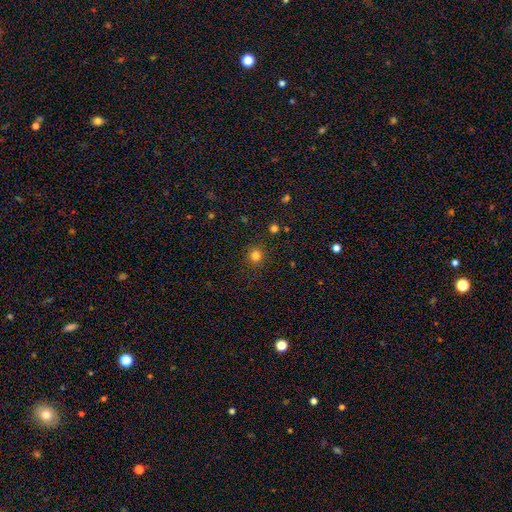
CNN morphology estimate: Q: Smooth or featured?
A: smooth (80%); runner-up: star or artifact (15%)
Q: How rounded?
A: round (92%); runner-up: in between (7%)
Q: Merging?
A: none (89%); runner-up: minor disturbance (7%)